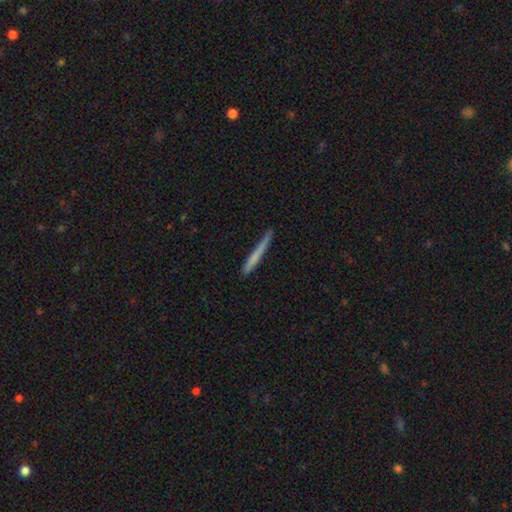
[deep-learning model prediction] Smooth or featured: smooth — 62% (featured or disk — 32%)
How rounded: cigar-shaped — 97% (in between — 2%)
Merging: none — 82% (minor disturbance — 14%)